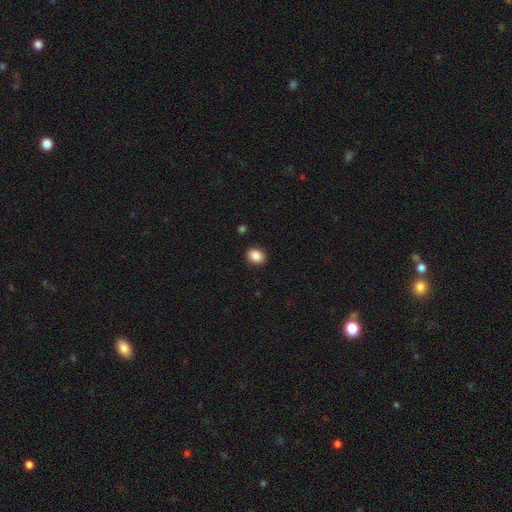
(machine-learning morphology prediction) This is clearly a smooth galaxy (88%). How rounded: possibly in between (60%). Merging: clearly none (90%).